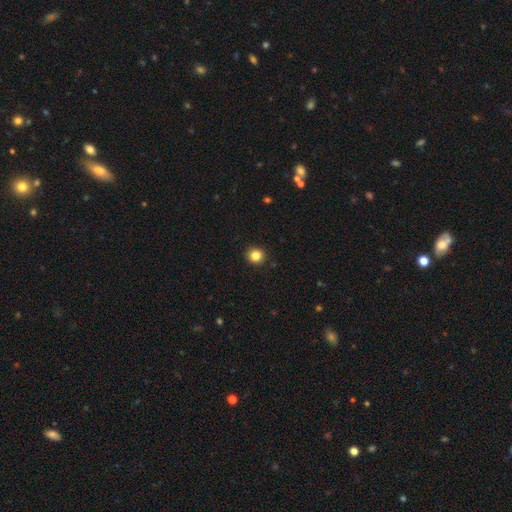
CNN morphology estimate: A smooth galaxy with no disk features (84%) that is round (92%). Merging: none (92%).